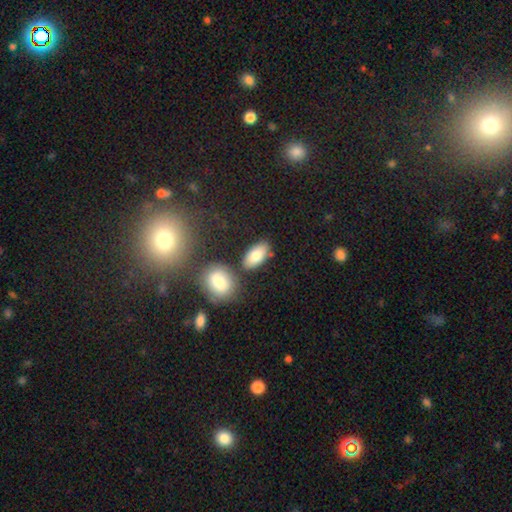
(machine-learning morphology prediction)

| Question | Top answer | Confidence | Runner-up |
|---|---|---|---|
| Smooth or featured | smooth | 82% | featured or disk (11%) |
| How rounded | in between | 91% | round (5%) |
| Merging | none | 74% | minor disturbance (12%) |